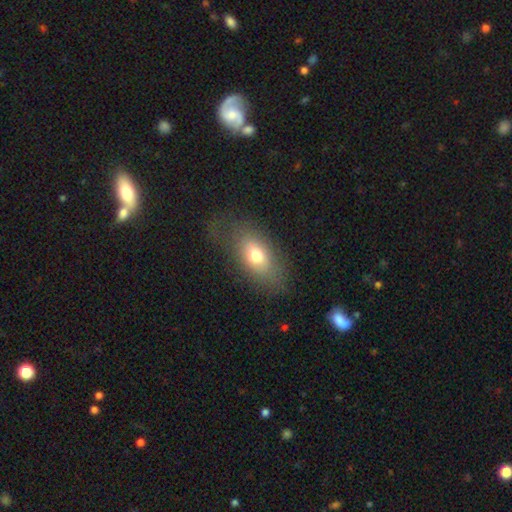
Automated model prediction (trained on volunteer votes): Q: Smooth or featured?
A: smooth (69%); runner-up: featured or disk (21%)
Q: How rounded?
A: in between (84%); runner-up: round (11%)
Q: Merging?
A: none (71%); runner-up: minor disturbance (17%)